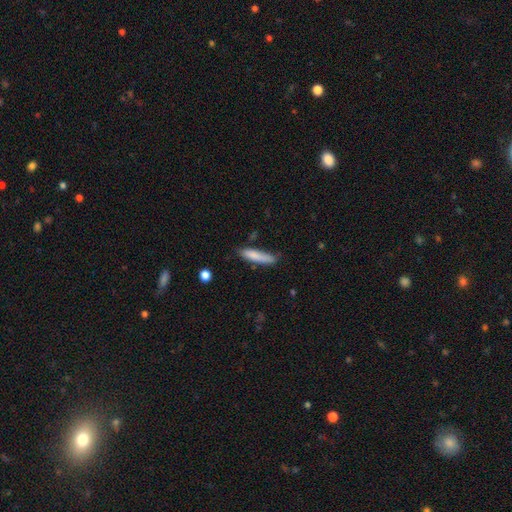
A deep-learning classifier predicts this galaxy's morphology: The model was most divided on "merging": none: 68%, minor disturbance: 24%, major disturbance: 5%, merger: 3%. More confident: smooth or featured — smooth (82%); how rounded — cigar-shaped (80%).